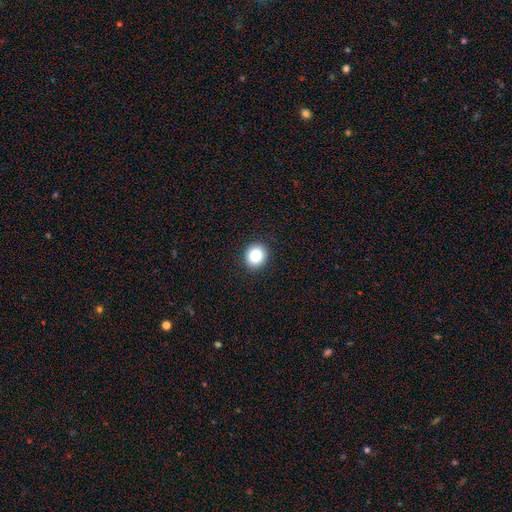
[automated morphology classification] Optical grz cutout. It shows a smooth galaxy with no disk features (84%) that is round (82%). Merging: none (92%).